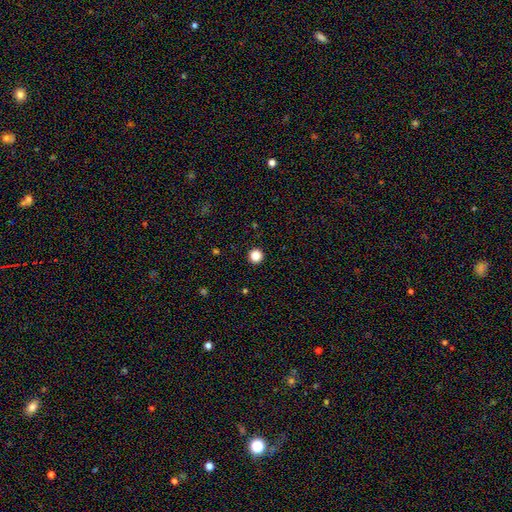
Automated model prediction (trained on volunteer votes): smooth 86%, star or artifact 11%, featured or disk 3%. Down the decision tree: how rounded — round (96%); merging — none (94%).